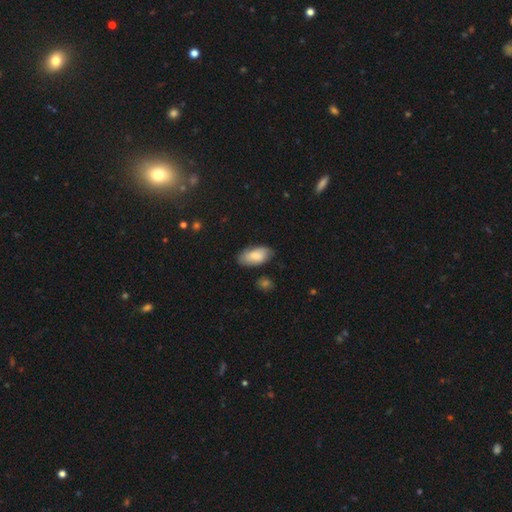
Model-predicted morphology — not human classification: This appears to be a smooth galaxy with no disk features (78%) that is in between round and cigar-shaped (93%). Merging: none (74%).